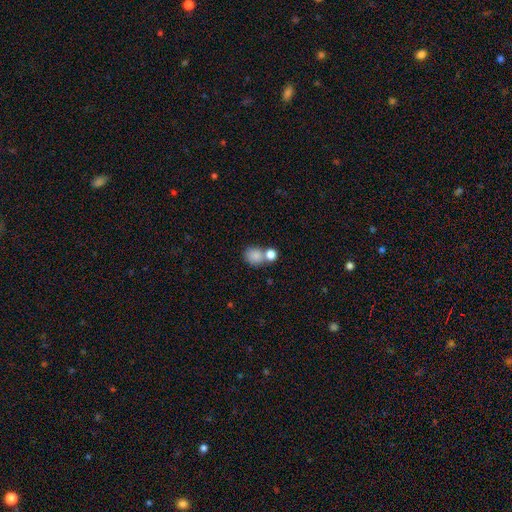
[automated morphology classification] Smooth or featured? Predicted: smooth (p=0.83). How rounded? Predicted: round (p=0.69). Merging? Predicted: none (p=0.49).